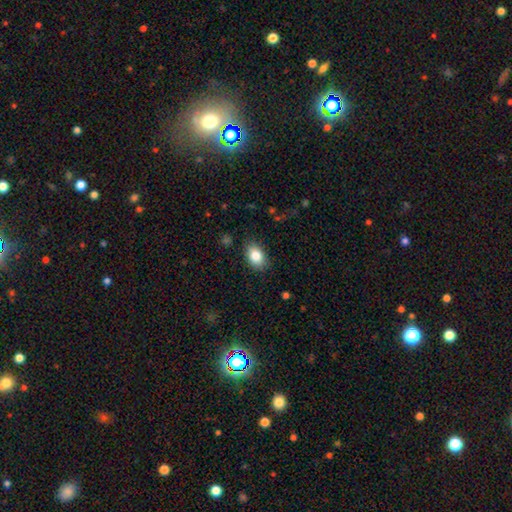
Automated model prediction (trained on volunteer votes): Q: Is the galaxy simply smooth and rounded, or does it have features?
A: smooth — 83%.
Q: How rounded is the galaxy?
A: in between — 83%.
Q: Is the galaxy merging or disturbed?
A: none — 83%.